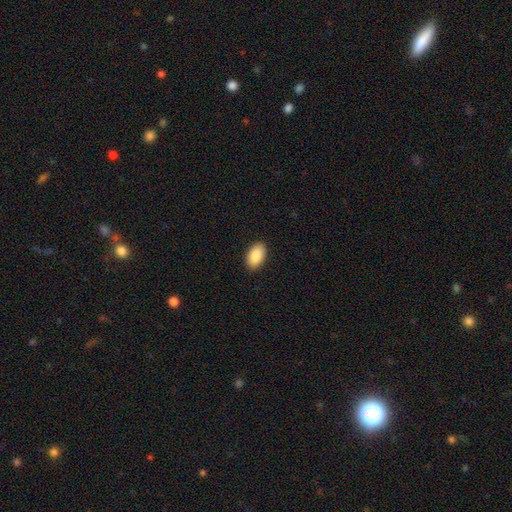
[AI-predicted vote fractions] Smooth or featured: smooth — 90% (star or artifact — 6%)
How rounded: in between — 94% (round — 4%)
Merging: none — 90% (minor disturbance — 8%)